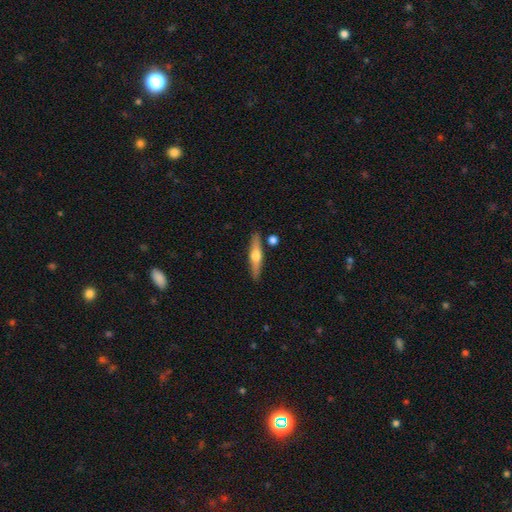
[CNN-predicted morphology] Smooth or featured?
  - featured or disk: 60% *
  - smooth: 34%
  - star or artifact: 6%
Edge-on disk?
  - yes: 95% *
  - no: 5%
Edge-on bulge?
  - rounded: 93% *
  - boxy: 4%
  - none: 3%
Merging?
  - none: 85% *
  - minor disturbance: 8%
  - merger: 5%
  - major disturbance: 2%